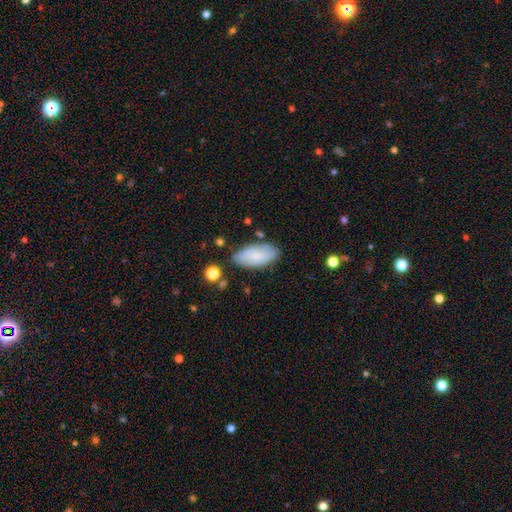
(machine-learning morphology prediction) A smooth galaxy with no disk features (78%) that is in between round and cigar-shaped (92%).

Vote fractions:
- Smooth or featured? smooth: 78% / featured or disk: 16% / star or artifact: 7%
- How rounded? in between: 92% / cigar-shaped: 6% / round: 2%
- Merging? none: 78% / minor disturbance: 15% / major disturbance: 3% / merger: 3%